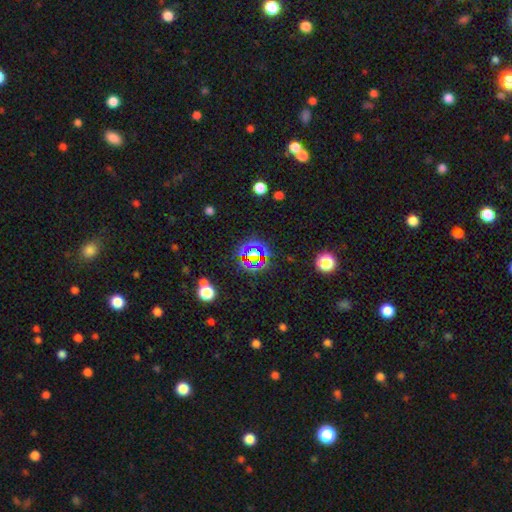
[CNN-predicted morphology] Smooth or featured? star or artifact (72%)